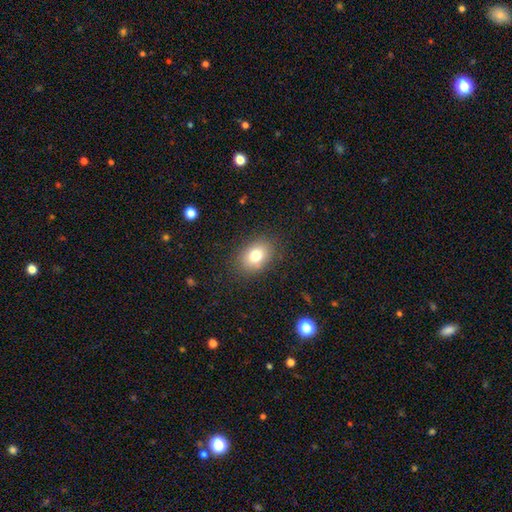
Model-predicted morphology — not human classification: smooth_or_featured: smooth (p=0.78) [alt: featured or disk p=0.11]
how_rounded: in between (p=0.68) [alt: round p=0.31]
merging: none (p=0.85) [alt: minor disturbance p=0.10]